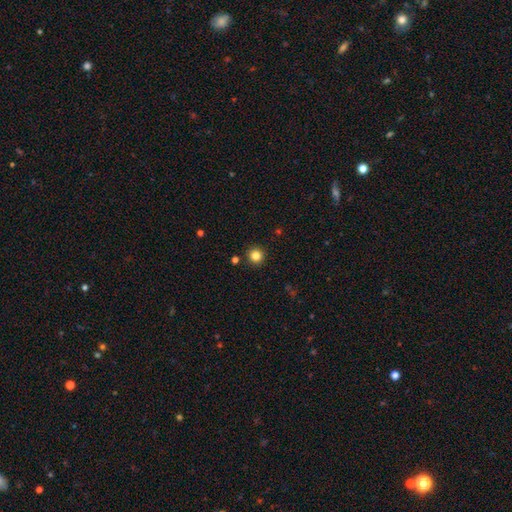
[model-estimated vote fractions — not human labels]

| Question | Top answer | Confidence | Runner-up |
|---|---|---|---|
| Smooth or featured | smooth | 83% | star or artifact (12%) |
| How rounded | round | 95% | in between (4%) |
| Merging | none | 92% | minor disturbance (5%) |